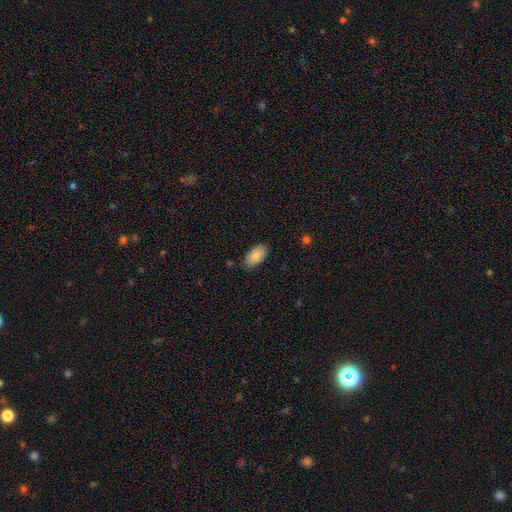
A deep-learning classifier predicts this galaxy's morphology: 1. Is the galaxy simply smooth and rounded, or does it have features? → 85% smooth, 9% featured or disk, 7% star or artifact.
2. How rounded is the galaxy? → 95% in between, 3% round, 2% cigar-shaped.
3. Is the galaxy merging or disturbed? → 84% none, 12% minor disturbance, 2% major disturbance, 1% merger.